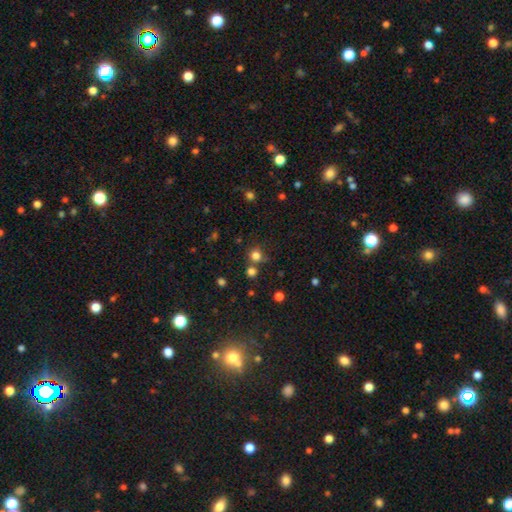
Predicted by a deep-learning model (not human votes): Morphology: type=smooth (78%); roundness=round (90%); merging=none (72%).